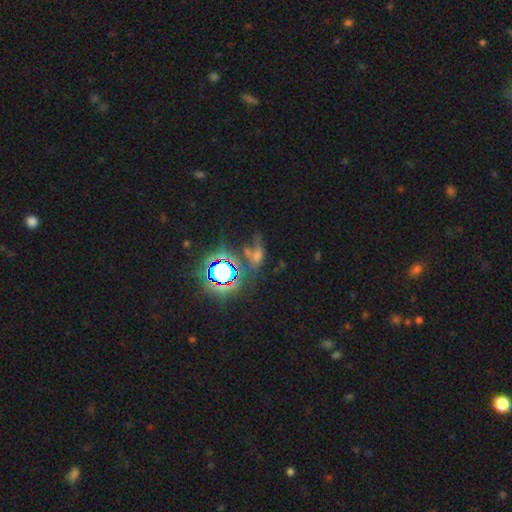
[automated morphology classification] smooth-or-featured: star or artifact: 44% | smooth: 36% | featured or disk: 20%